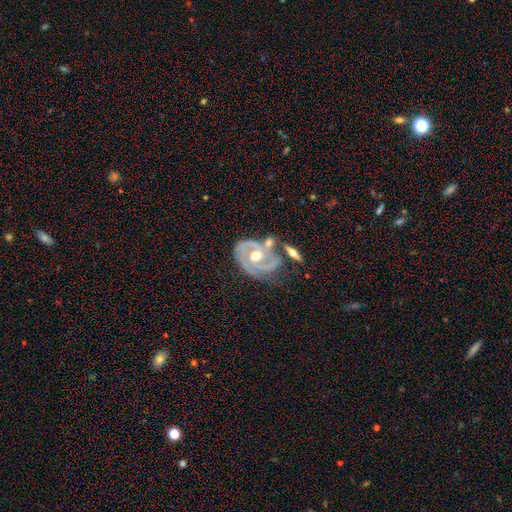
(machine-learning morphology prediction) featured or disk 87%, smooth 8%, star or artifact 5%. Down the decision tree: edge-on disk — no (96%); bar — no (66%); spiral arms — yes (89%); spiral arm count — 2 (65%); spiral winding — tight (59%); bulge size — moderate (81%); merging — none (48%).